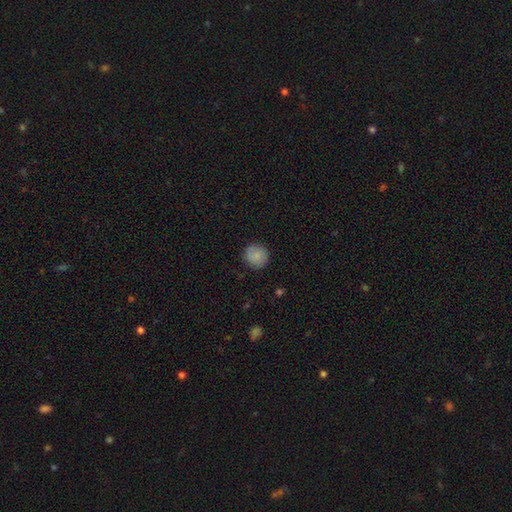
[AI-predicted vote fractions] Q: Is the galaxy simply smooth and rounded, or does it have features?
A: smooth — 85%.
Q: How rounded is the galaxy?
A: round — 92%.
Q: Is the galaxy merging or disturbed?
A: none — 87%.